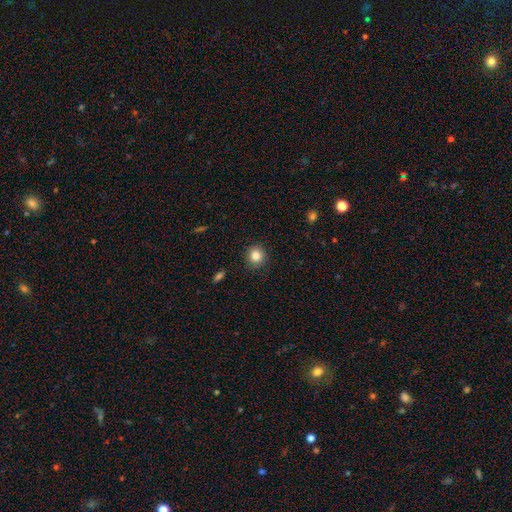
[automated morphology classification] smooth_or_featured: smooth (p=0.85) [alt: star or artifact p=0.10]
how_rounded: round (p=0.88) [alt: in between p=0.11]
merging: none (p=0.88) [alt: minor disturbance p=0.08]